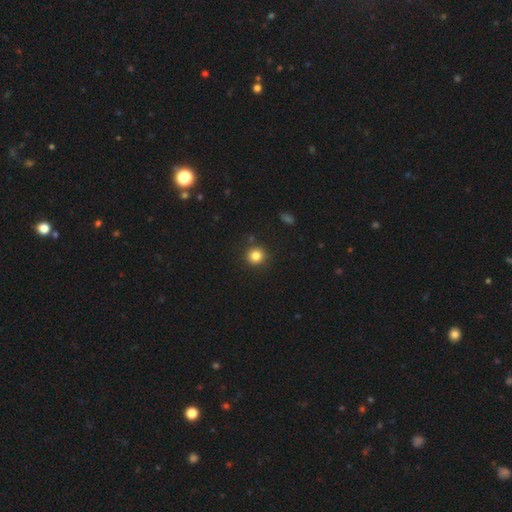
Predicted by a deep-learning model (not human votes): This appears to be a smooth galaxy with no disk features (83%) that is round (93%). Merging: none (89%).